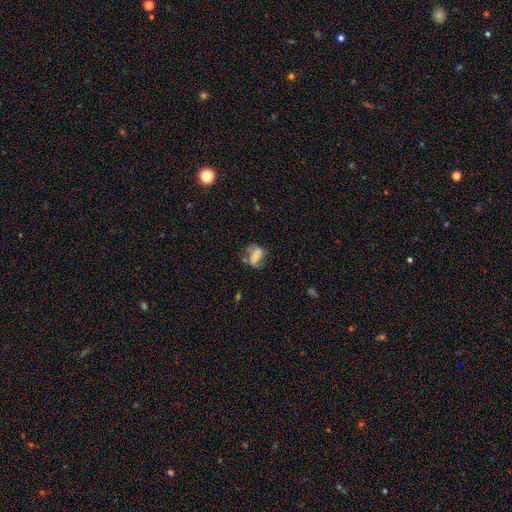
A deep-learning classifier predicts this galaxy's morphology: Smooth or featured: smooth — 49% (featured or disk — 40%)
Merging: none — 41% (minor disturbance — 27%)